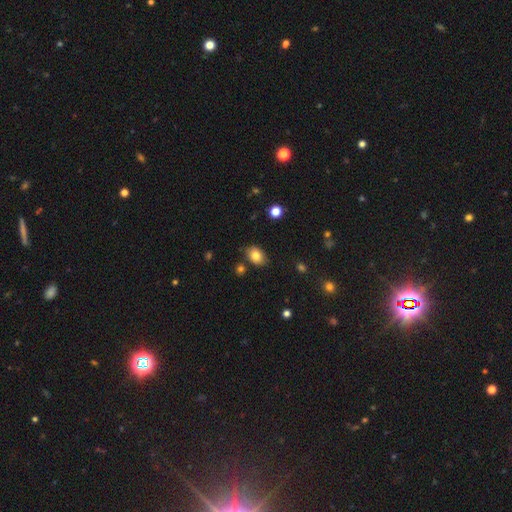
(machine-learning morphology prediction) Smooth or featured?
  - smooth: 81% *
  - star or artifact: 10%
  - featured or disk: 9%
How rounded?
  - in between: 74% *
  - round: 25%
  - cigar-shaped: 1%
Merging?
  - none: 81% *
  - minor disturbance: 13%
  - merger: 4%
  - major disturbance: 3%